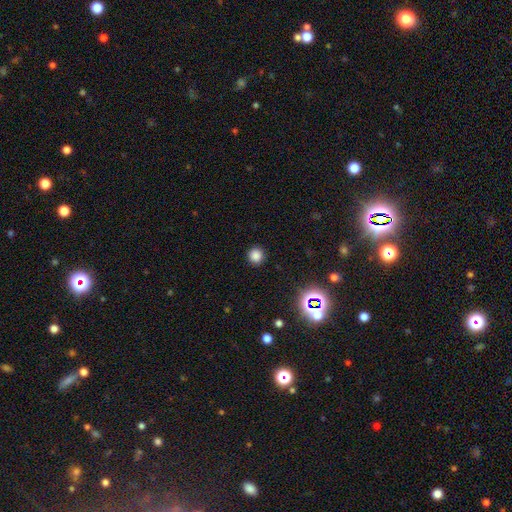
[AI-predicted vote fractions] Overall: smooth (81%). How rounded: round (94%). Merging: none (92%).